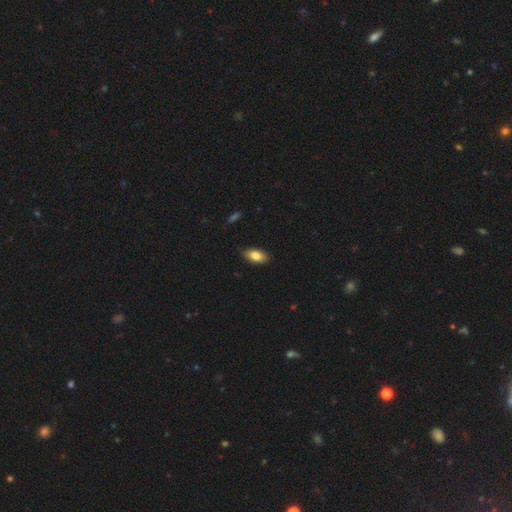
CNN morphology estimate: A smooth galaxy with no disk features (84%) that is in between round and cigar-shaped (93%).

Vote fractions:
- Smooth or featured? smooth: 84% / featured or disk: 9% / star or artifact: 7%
- How rounded? in between: 93% / cigar-shaped: 4% / round: 4%
- Merging? none: 88% / minor disturbance: 9% / major disturbance: 2% / merger: 1%